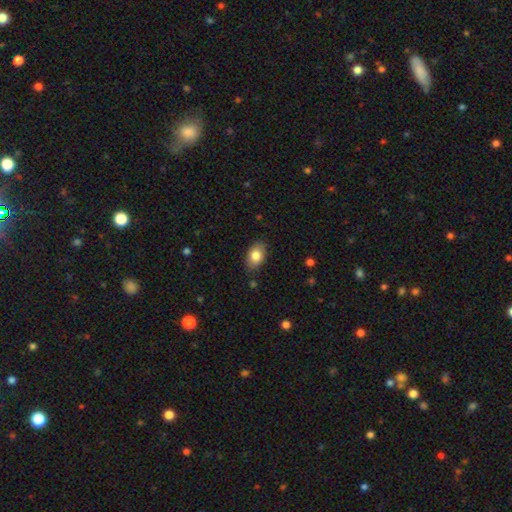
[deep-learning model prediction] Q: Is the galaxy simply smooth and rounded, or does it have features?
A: smooth — 82%.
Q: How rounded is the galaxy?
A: in between — 88%.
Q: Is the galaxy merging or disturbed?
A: none — 84%.